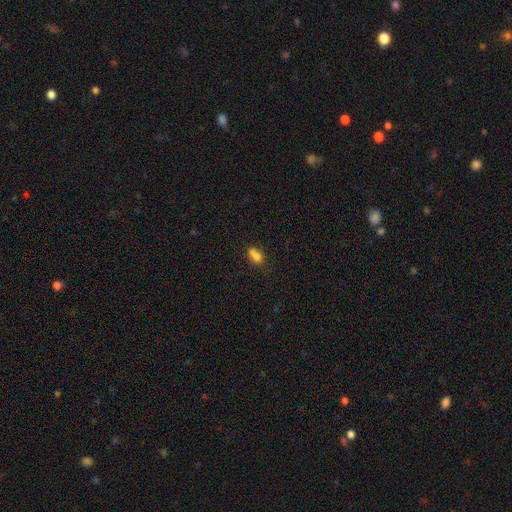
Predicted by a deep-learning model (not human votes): Smooth or featured? smooth (72%)
How rounded? in between (52%)
Merging? merger (54%)